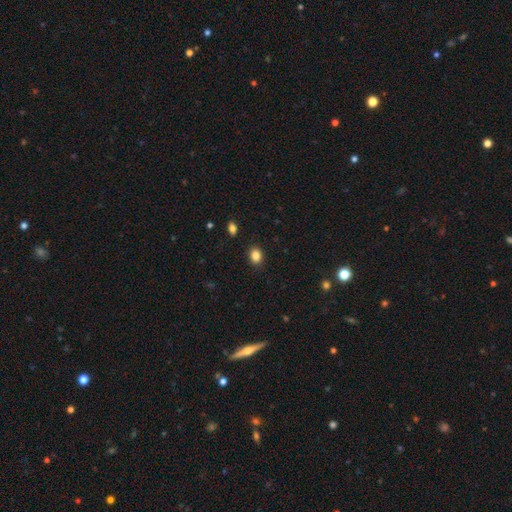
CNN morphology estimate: This appears to be a smooth galaxy with no disk features (85%) that is in between round and cigar-shaped (56%). Merging: none (89%).